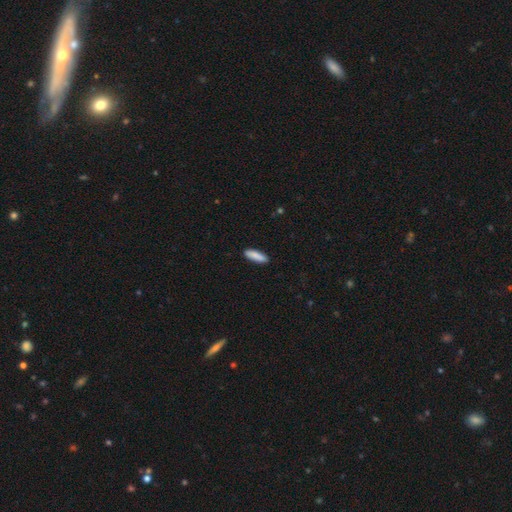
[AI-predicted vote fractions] smooth-or-featured: smooth: 89% | star or artifact: 6% | featured or disk: 6%
  how-rounded: cigar-shaped: 60% | in between: 39% | round: 1%
  merging: none: 90% | minor disturbance: 7% | major disturbance: 2% | merger: 1%